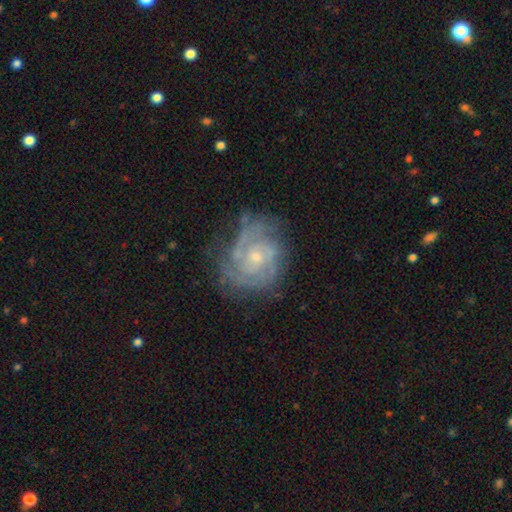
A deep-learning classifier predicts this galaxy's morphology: Smooth or featured? featured or disk (85%)
Edge-on disk? no (98%)
Bar? no (71%)
Spiral arms? yes (94%)
Spiral winding? tight (65%)
Spiral arm count? 2 (35%)
Bulge size? small (59%)
Merging? none (66%)